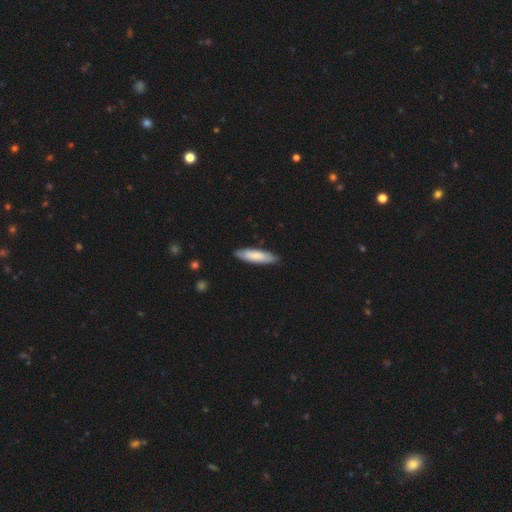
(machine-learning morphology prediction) Overall: smooth (80%). How rounded: cigar-shaped (65%; in between 34%). Merging: none (87%).